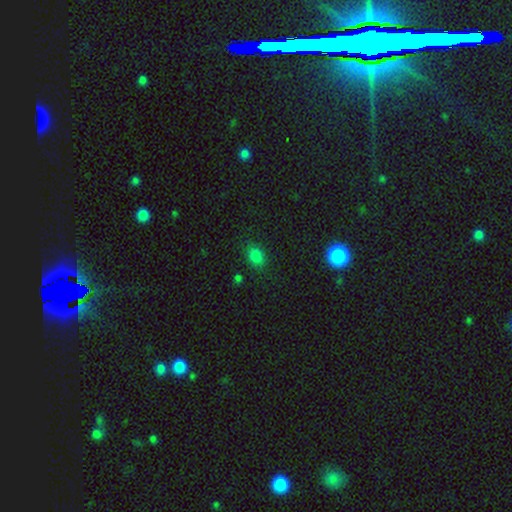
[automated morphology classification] smooth 79%, star or artifact 16%, featured or disk 5%. Down the decision tree: how rounded — in between (59%); merging — none (83%).